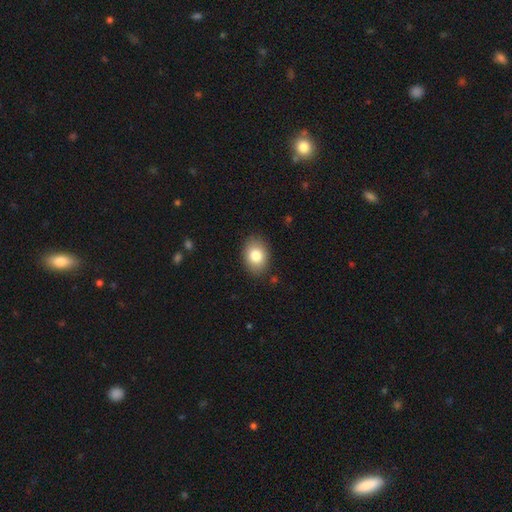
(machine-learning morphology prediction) Smooth or featured? smooth (83%)
How rounded? in between (73%)
Merging? none (87%)